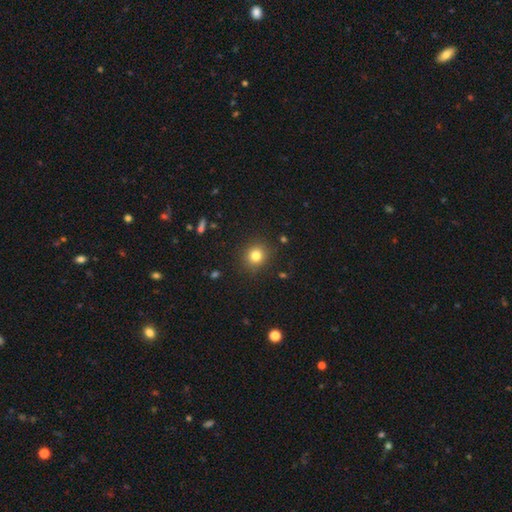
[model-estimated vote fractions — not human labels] Q: Smooth or featured?
A: smooth (80%); runner-up: star or artifact (13%)
Q: How rounded?
A: round (87%); runner-up: in between (12%)
Q: Merging?
A: none (89%); runner-up: minor disturbance (7%)